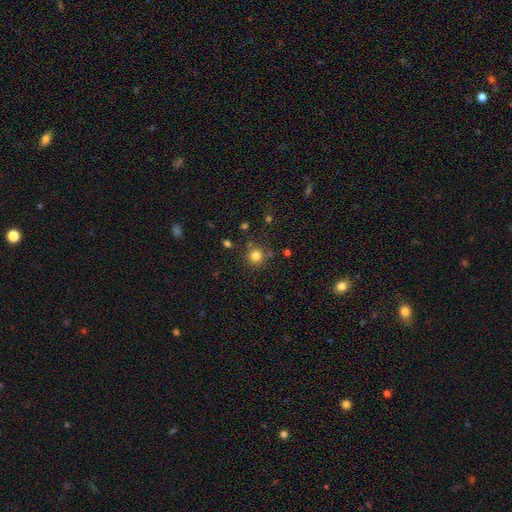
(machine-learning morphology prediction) Smooth or featured? smooth (81%)
How rounded? round (93%)
Merging? none (81%)